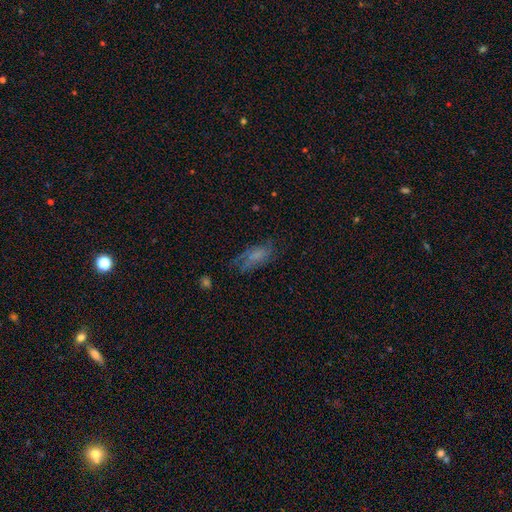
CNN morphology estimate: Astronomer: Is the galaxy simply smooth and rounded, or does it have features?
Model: smooth — 50% (runner-up: featured or disk, 36%).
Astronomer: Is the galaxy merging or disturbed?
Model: none — 53%.